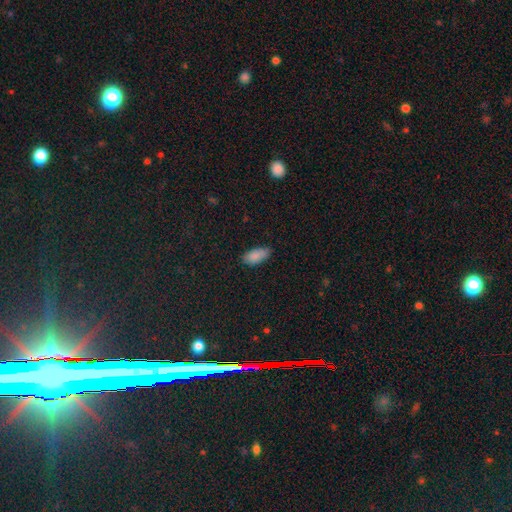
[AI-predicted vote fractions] This appears to be a smooth galaxy with no disk features (88%) that is in between round and cigar-shaped (92%). Merging: none (79%).